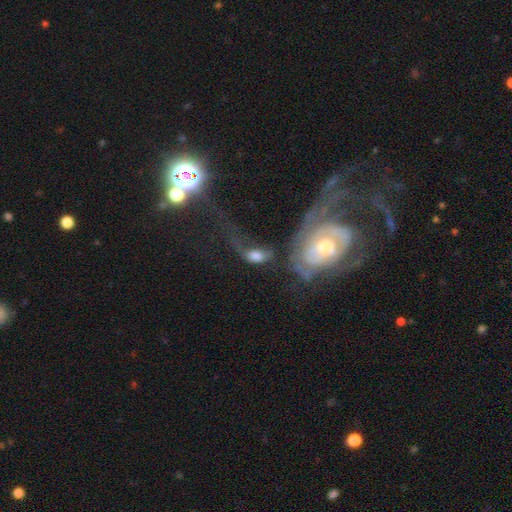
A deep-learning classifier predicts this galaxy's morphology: Smooth or featured? smooth (54%)
How rounded? in between (84%)
Merging? major disturbance (40%)